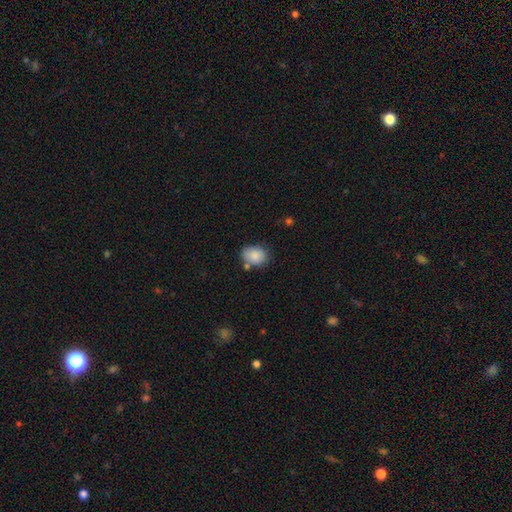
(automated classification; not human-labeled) Overall: smooth (86%). How rounded: in between (59%; round 40%). Merging: none (69%).